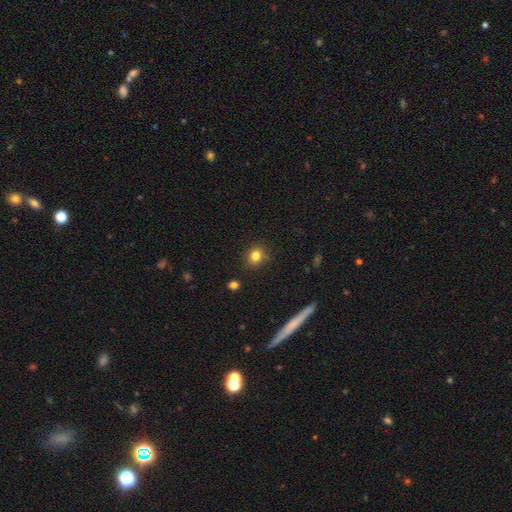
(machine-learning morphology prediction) Smooth or featured?
  - smooth: 81% *
  - star or artifact: 12%
  - featured or disk: 7%
How rounded?
  - round: 82% *
  - in between: 16%
  - cigar-shaped: 1%
Merging?
  - none: 89% *
  - minor disturbance: 7%
  - major disturbance: 2%
  - merger: 2%